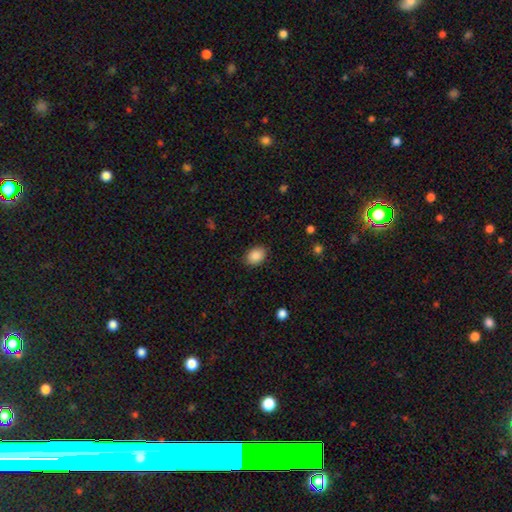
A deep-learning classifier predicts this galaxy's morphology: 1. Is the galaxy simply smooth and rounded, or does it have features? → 89% smooth, 8% star or artifact, 4% featured or disk.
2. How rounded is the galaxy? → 71% in between, 28% round, 1% cigar-shaped.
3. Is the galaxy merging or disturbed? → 86% none, 10% minor disturbance, 3% major disturbance, 1% merger.